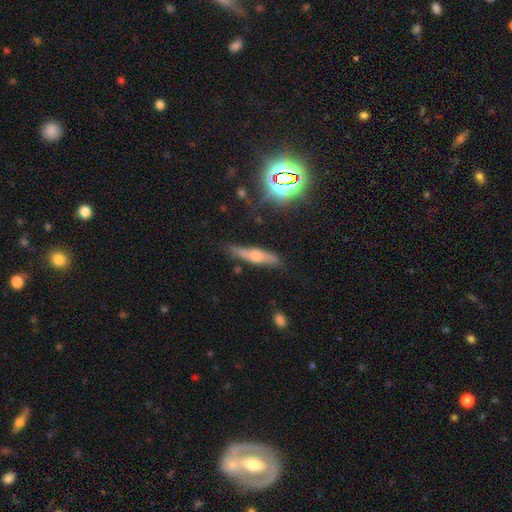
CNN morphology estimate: The model was most divided on "smooth or featured": featured or disk: 45%, smooth: 43%, star or artifact: 12%. More confident: merging — none (72%).